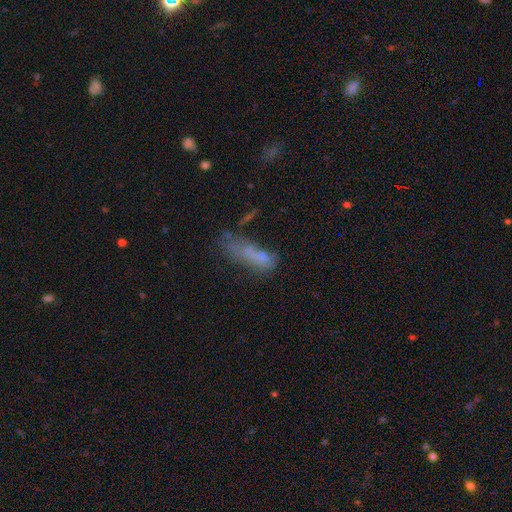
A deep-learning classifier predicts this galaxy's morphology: This appears to be a smooth galaxy with no disk features (55%) that is in between round and cigar-shaped (58%). Merging: none (32%).